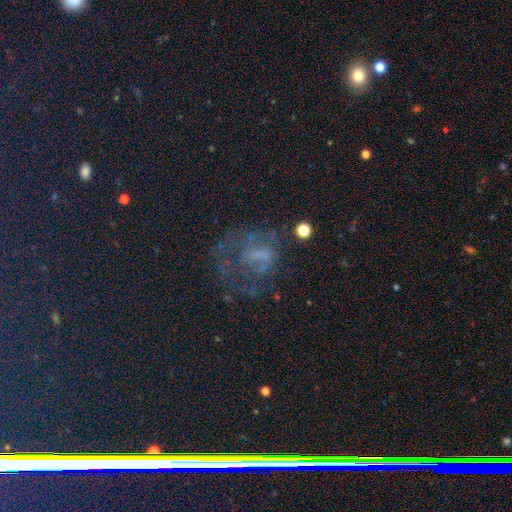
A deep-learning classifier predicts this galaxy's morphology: star or artifact 53%, featured or disk 26%, smooth 22%.